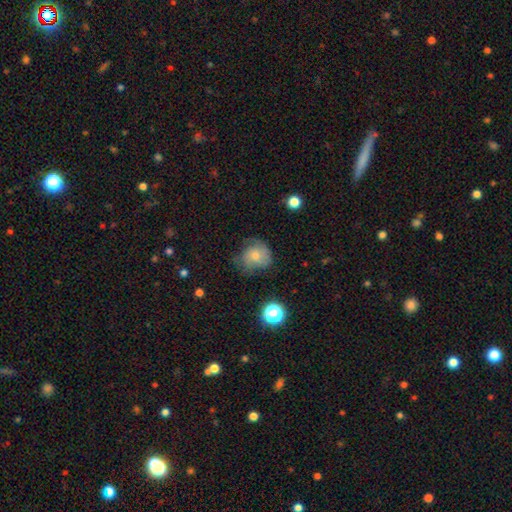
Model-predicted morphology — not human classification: type=smooth (62%); roundness=round (74%); merging=none (48%).